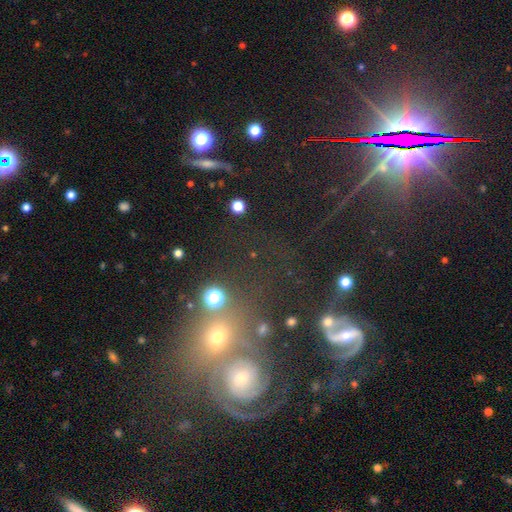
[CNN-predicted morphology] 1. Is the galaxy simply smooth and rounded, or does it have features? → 48% star or artifact, 27% featured or disk, 25% smooth.